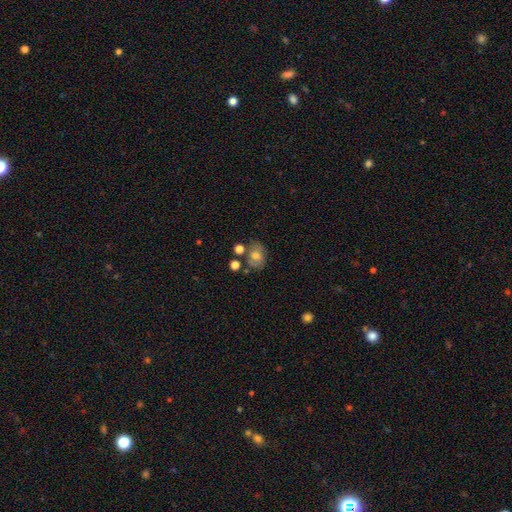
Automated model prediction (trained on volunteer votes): Smooth or featured? smooth (63%)
How rounded? in between (61%)
Merging? none (58%)